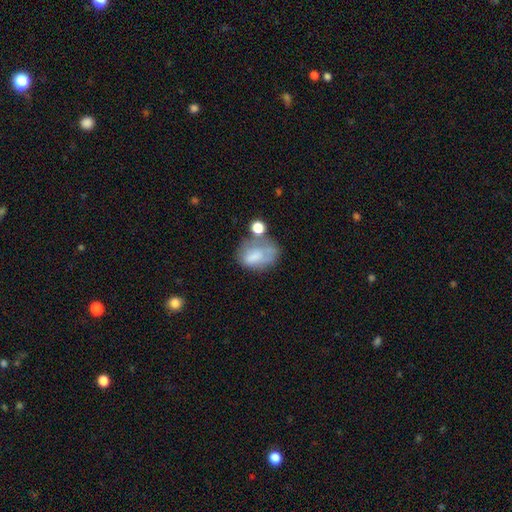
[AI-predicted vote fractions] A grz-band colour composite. It shows a smooth galaxy with no disk features (64%) that is in between round and cigar-shaped (76%). Merging: none (30%).